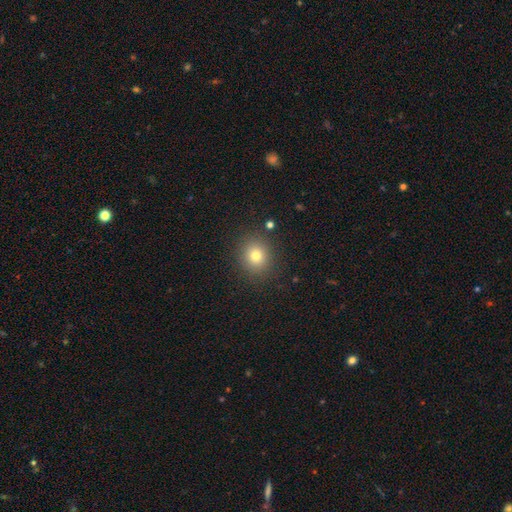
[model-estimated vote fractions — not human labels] smooth-or-featured: smooth: 77% | star or artifact: 14% | featured or disk: 9%
  how-rounded: round: 80% | in between: 20% | cigar-shaped: 1%
  merging: none: 88% | minor disturbance: 8% | major disturbance: 3% | merger: 2%